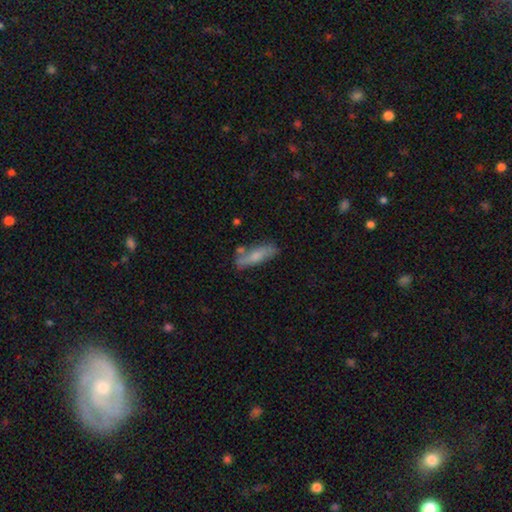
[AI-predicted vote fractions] Overall: smooth (61%; featured or disk 32%). How rounded: cigar-shaped (62%; in between 35%). Merging: none (64%).